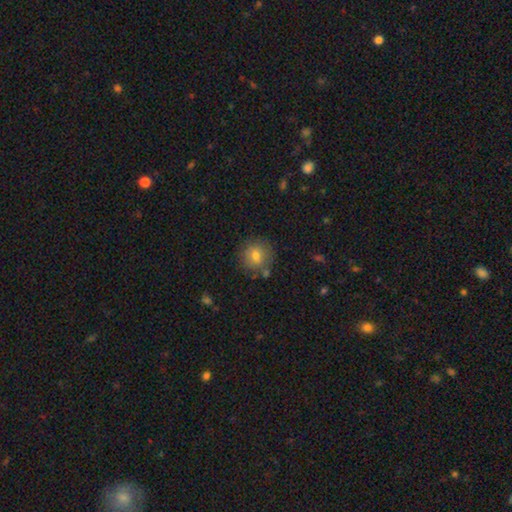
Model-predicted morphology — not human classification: A smooth galaxy with no disk features (76%) that is round (91%).

Vote fractions:
- Smooth or featured? smooth: 76% / featured or disk: 14% / star or artifact: 10%
- How rounded? round: 91% / in between: 8% / cigar-shaped: 1%
- Merging? none: 77% / minor disturbance: 13% / merger: 6% / major disturbance: 4%